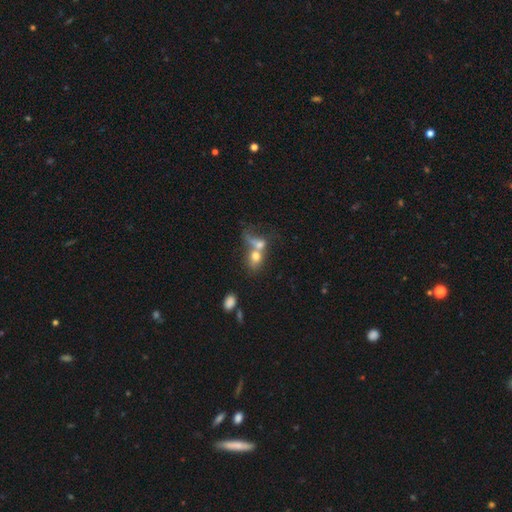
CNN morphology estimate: Smooth or featured?
  - smooth: 68% *
  - featured or disk: 22%
  - star or artifact: 11%
How rounded?
  - in between: 54% *
  - round: 42%
  - cigar-shaped: 4%
Merging?
  - merger: 72% *
  - none: 14%
  - major disturbance: 9%
  - minor disturbance: 6%